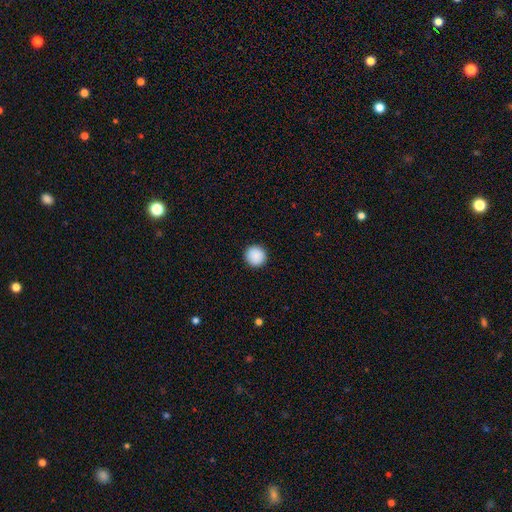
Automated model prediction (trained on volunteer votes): Smooth or featured?
  - smooth: 90% *
  - star or artifact: 8%
  - featured or disk: 2%
How rounded?
  - round: 95% *
  - in between: 5%
  - cigar-shaped: 1%
Merging?
  - none: 93% *
  - minor disturbance: 5%
  - major disturbance: 2%
  - merger: 1%